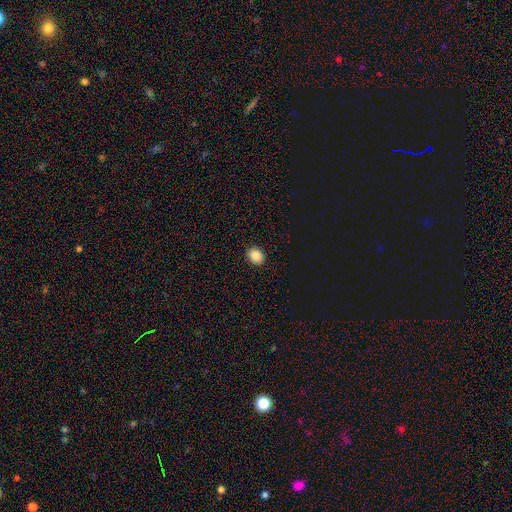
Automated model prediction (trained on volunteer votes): Smooth or featured? smooth (87%)
How rounded? round (53%)
Merging? none (91%)